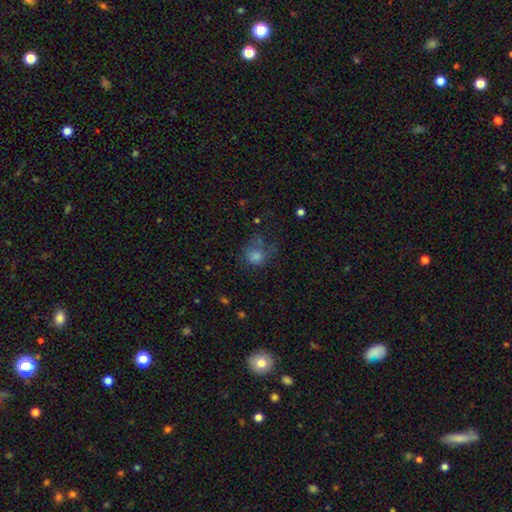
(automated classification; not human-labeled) Smooth or featured? Predicted: smooth (p=0.68). How rounded? Predicted: round (p=0.74). Merging? Predicted: none (p=0.45).